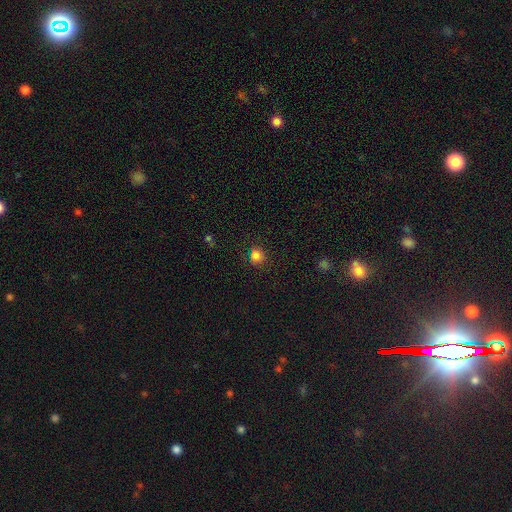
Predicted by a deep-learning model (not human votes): A smooth galaxy with no disk features (82%) that is round (88%).

Vote fractions:
- Smooth or featured? smooth: 82% / star or artifact: 15% / featured or disk: 4%
- How rounded? round: 88% / in between: 11% / cigar-shaped: 1%
- Merging? none: 84% / minor disturbance: 10% / major disturbance: 4% / merger: 2%